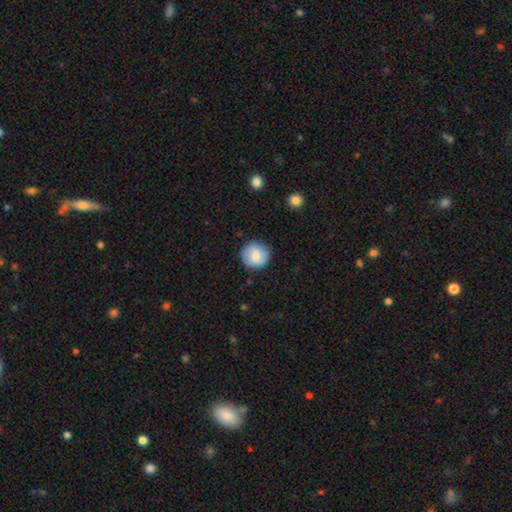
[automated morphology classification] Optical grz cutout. It shows a smooth galaxy with no disk features (71%) that is round (93%). Merging: none (86%).